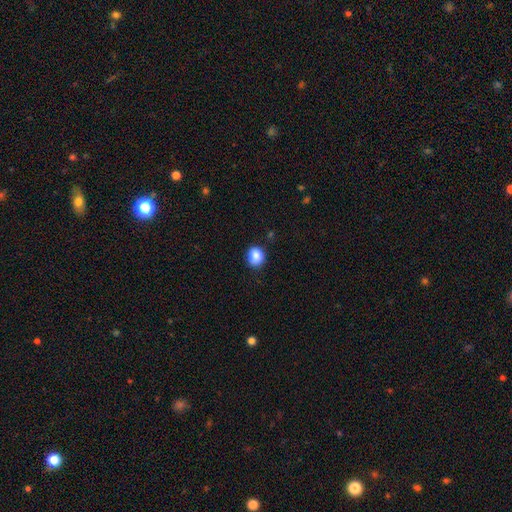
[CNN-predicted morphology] Smooth or featured: smooth — 87% (star or artifact — 9%)
How rounded: round — 76% (in between — 23%)
Merging: none — 85% (minor disturbance — 11%)